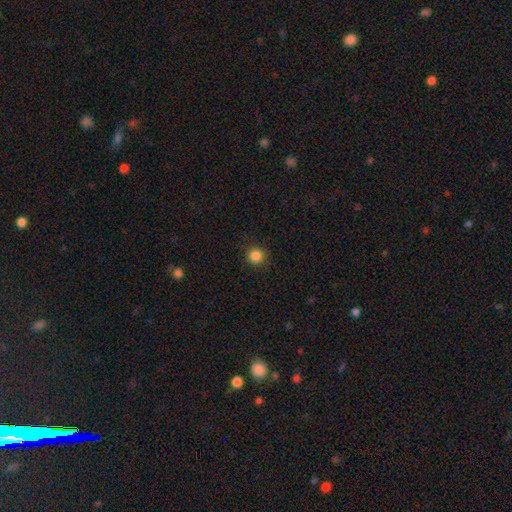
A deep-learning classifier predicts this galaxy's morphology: This is clearly a smooth galaxy (86%). How rounded: clearly round (94%). Merging: clearly none (90%).